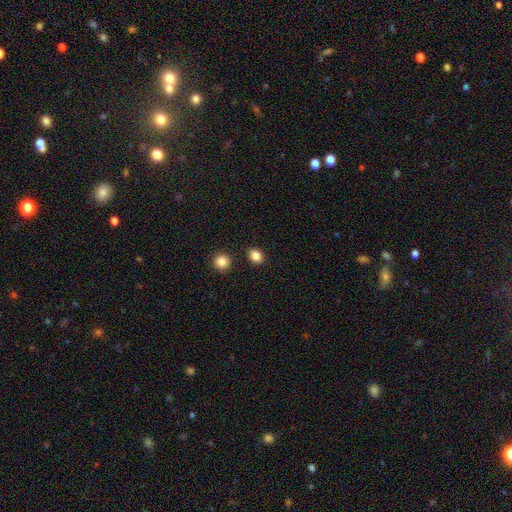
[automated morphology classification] A smooth galaxy with no disk features (85%) that is round (55%). Merging: none (87%).